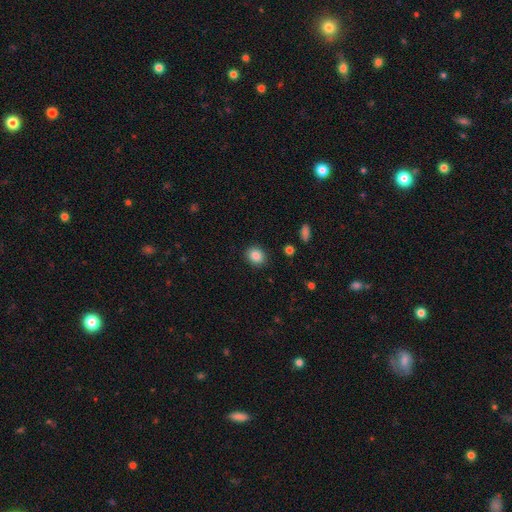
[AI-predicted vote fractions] Smooth or featured? smooth (86%)
How rounded? round (60%)
Merging? none (89%)